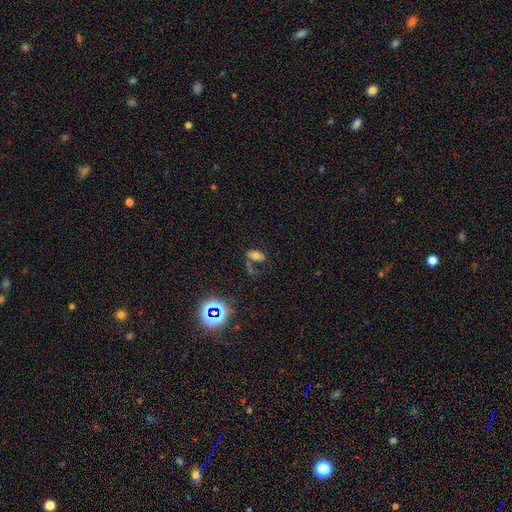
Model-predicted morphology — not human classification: Overall: smooth (55%; featured or disk 23%). How rounded: in between (89%). Merging: none (48%; merger 21%).